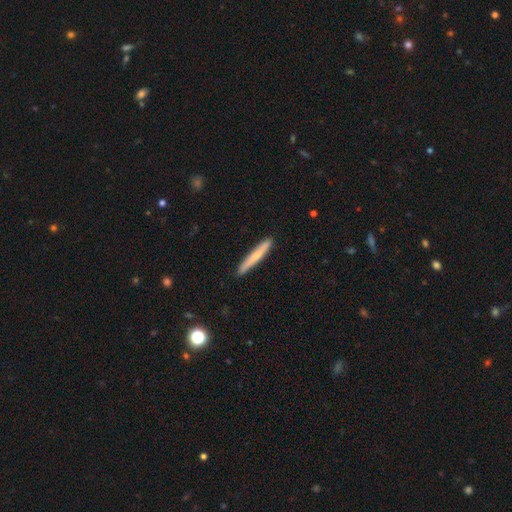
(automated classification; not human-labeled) smooth_or_featured: smooth (p=0.61) [alt: featured or disk p=0.33]
how_rounded: cigar-shaped (p=0.95) [alt: in between p=0.04]
merging: none (p=0.90) [alt: minor disturbance p=0.07]